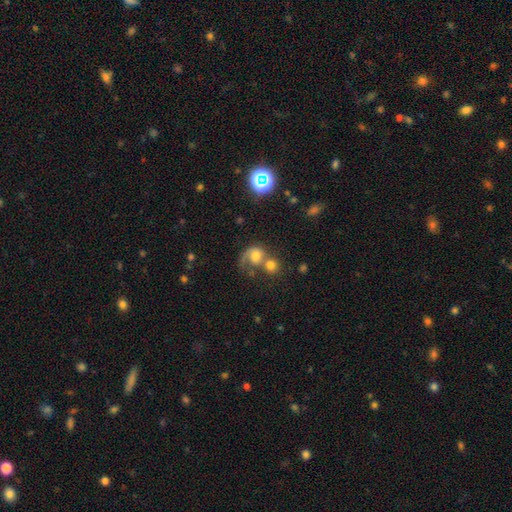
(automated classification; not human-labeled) smooth-or-featured: smooth: 50% | featured or disk: 39% | star or artifact: 12%
  merging: merger: 48% | none: 21% | major disturbance: 20% | minor disturbance: 10%